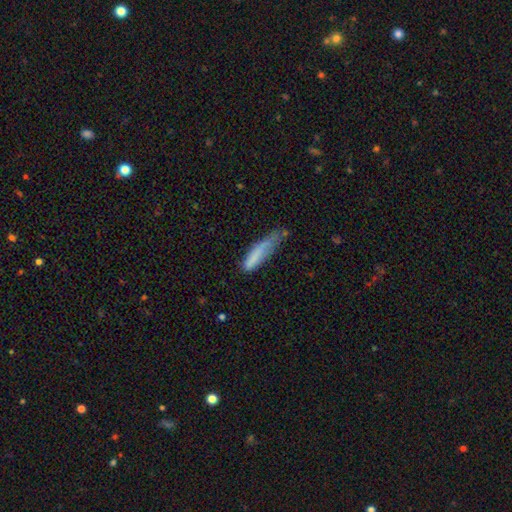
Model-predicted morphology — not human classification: A smooth galaxy with no disk features (76%) that is cigar-shaped (82%).

Vote fractions:
- Smooth or featured? smooth: 76% / featured or disk: 17% / star or artifact: 7%
- How rounded? cigar-shaped: 82% / in between: 16% / round: 2%
- Merging? minor disturbance: 39% / none: 35% / major disturbance: 20% / merger: 6%